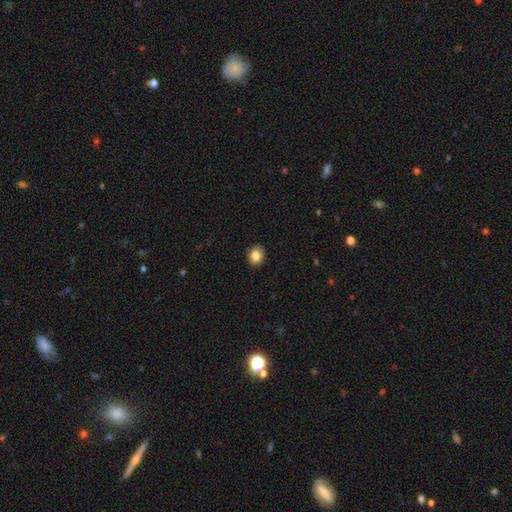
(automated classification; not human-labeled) smooth 86%, star or artifact 9%, featured or disk 6%. Down the decision tree: how rounded — round (50%); merging — none (89%).